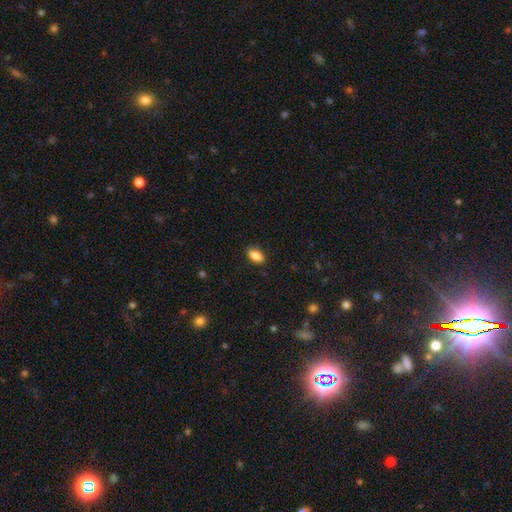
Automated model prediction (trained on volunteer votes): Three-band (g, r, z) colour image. It shows a smooth galaxy with no disk features (88%) that is in between round and cigar-shaped (91%). Merging: none (87%).